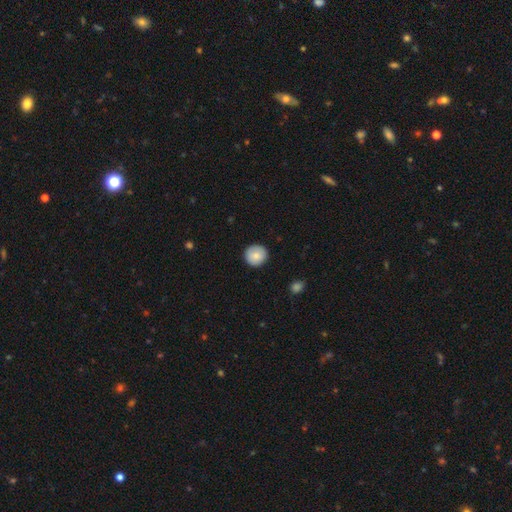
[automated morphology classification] Smooth or featured? smooth (84%)
How rounded? round (93%)
Merging? none (90%)